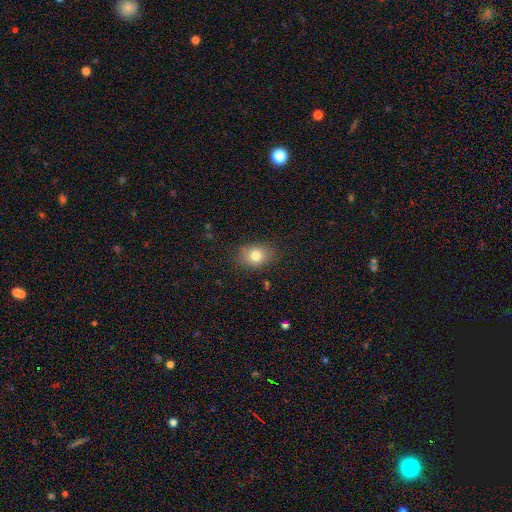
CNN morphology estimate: Q: Smooth or featured?
A: smooth (80%); runner-up: star or artifact (11%)
Q: How rounded?
A: in between (55%); runner-up: round (44%)
Q: Merging?
A: none (83%); runner-up: minor disturbance (13%)